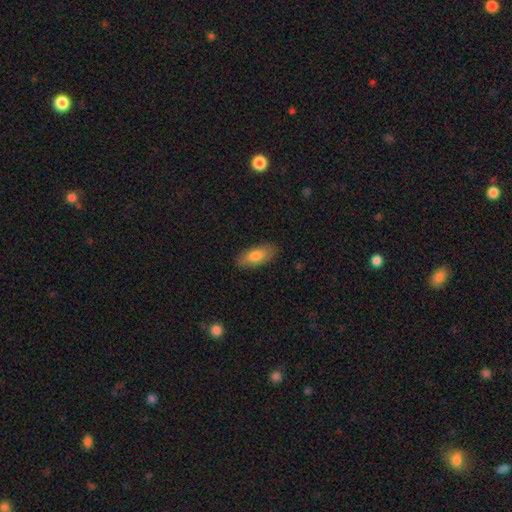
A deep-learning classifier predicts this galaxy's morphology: A smooth galaxy with no disk features (79%) that is in between round and cigar-shaped (86%).

Vote fractions:
- Smooth or featured? smooth: 79% / featured or disk: 15% / star or artifact: 6%
- How rounded? in between: 86% / cigar-shaped: 12% / round: 2%
- Merging? none: 87% / minor disturbance: 10% / major disturbance: 2% / merger: 1%